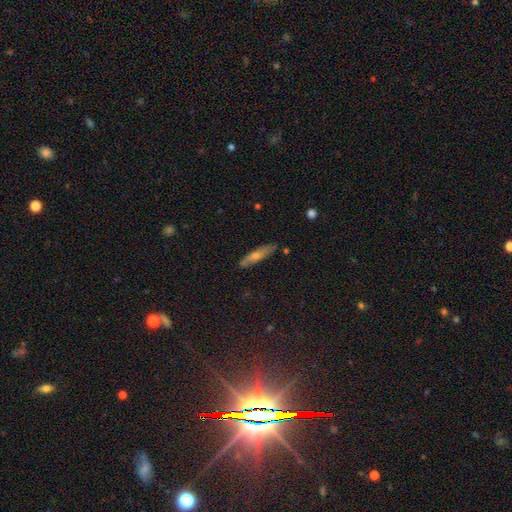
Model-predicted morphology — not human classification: The model was most divided on "smooth or featured": smooth: 47%, featured or disk: 42%, star or artifact: 10%. More confident: merging — none (82%).